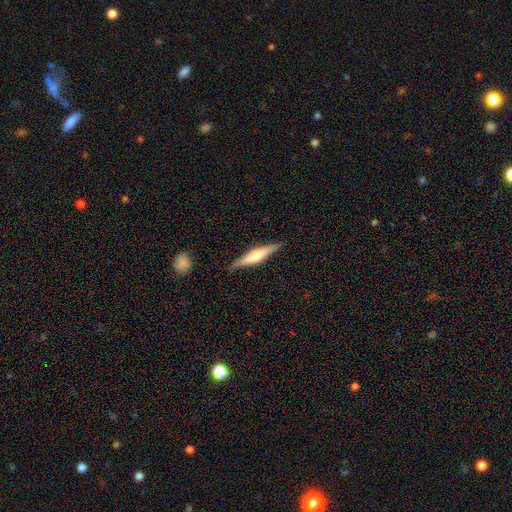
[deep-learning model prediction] Overall: featured or disk (63%; smooth 31%). Edge-on disk: yes (97%). Edge-on bulge: rounded (79%). Merging: none (89%).